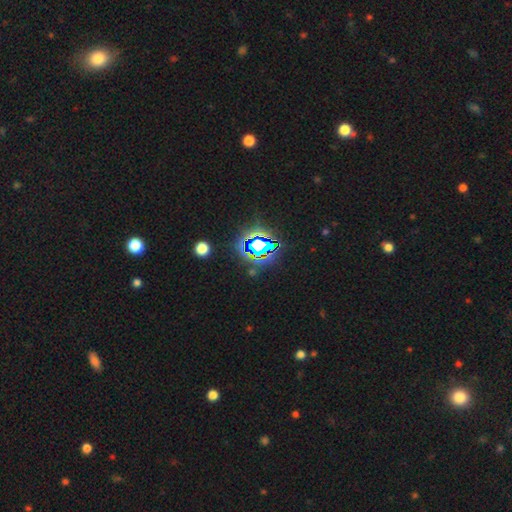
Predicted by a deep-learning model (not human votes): Smooth or featured: star or artifact — 80% (smooth — 13%)